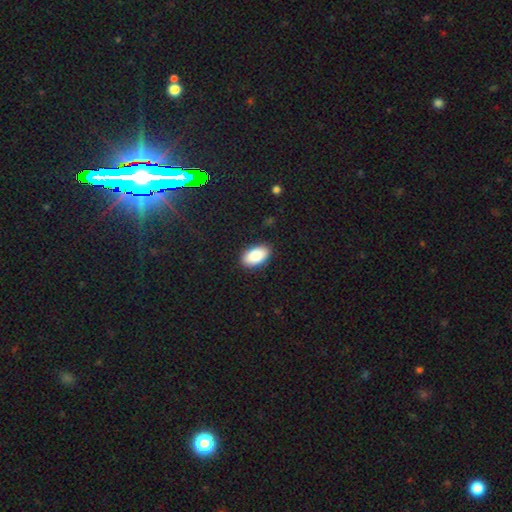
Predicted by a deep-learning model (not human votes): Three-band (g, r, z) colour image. It shows a smooth galaxy with no disk features (84%) that is in between round and cigar-shaped (94%). Merging: none (88%).